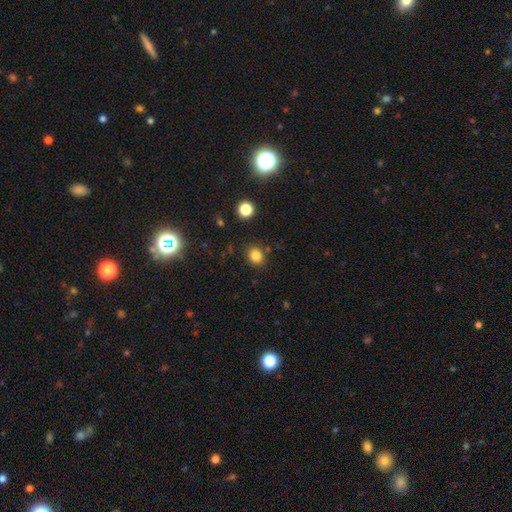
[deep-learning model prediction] A smooth galaxy with no disk features (83%) that is round (69%). Merging: none (84%).